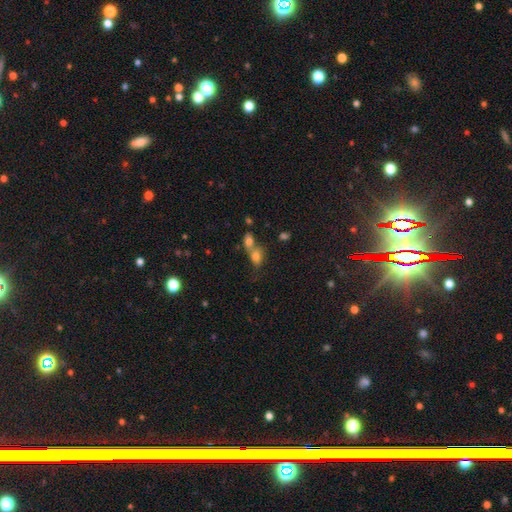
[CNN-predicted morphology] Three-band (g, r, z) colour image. It shows a smooth galaxy with no disk features (72%) that is in between round and cigar-shaped (60%). Merging: merger (63%).